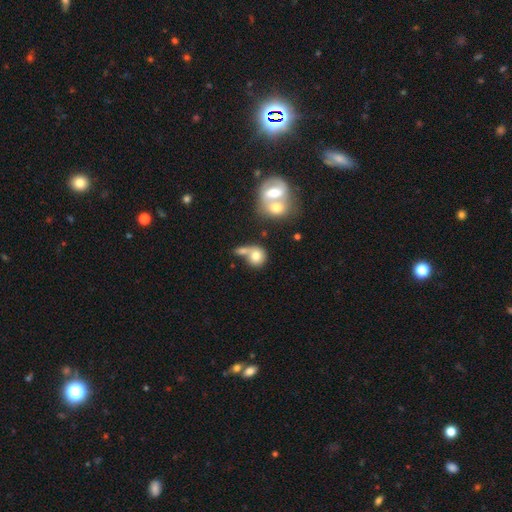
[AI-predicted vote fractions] smooth_or_featured: smooth (p=0.73) [alt: featured or disk p=0.17]
how_rounded: round (p=0.78) [alt: in between p=0.21]
merging: merger (p=0.46) [alt: none p=0.33]